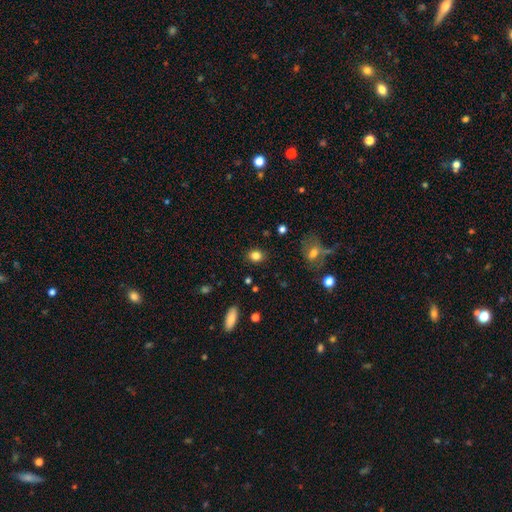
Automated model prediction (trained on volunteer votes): smooth 84%, star or artifact 11%, featured or disk 5%. Down the decision tree: how rounded — round (63%); merging — none (88%).